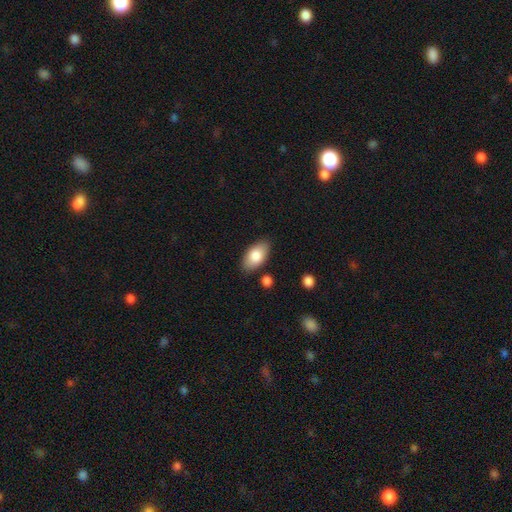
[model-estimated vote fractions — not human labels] Smooth or featured? Predicted: smooth (p=0.82). How rounded? Predicted: in between (p=0.93). Merging? Predicted: none (p=0.83).